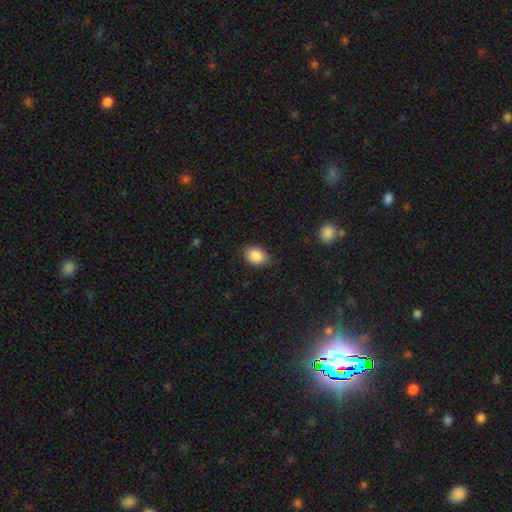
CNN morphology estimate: Q: Smooth or featured?
A: smooth (88%); runner-up: star or artifact (7%)
Q: How rounded?
A: in between (80%); runner-up: round (19%)
Q: Merging?
A: none (83%); runner-up: minor disturbance (13%)